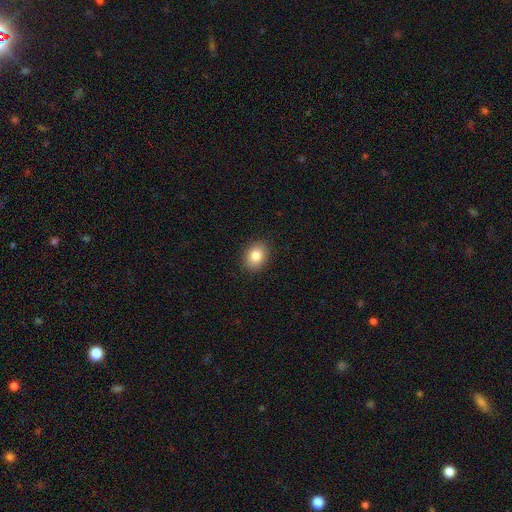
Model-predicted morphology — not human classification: A smooth galaxy with no disk features (83%) that is in between round and cigar-shaped (52%).

Vote fractions:
- Smooth or featured? smooth: 83% / star or artifact: 9% / featured or disk: 8%
- How rounded? in between: 52% / round: 47% / cigar-shaped: 1%
- Merging? none: 90% / minor disturbance: 7% / major disturbance: 2% / merger: 1%